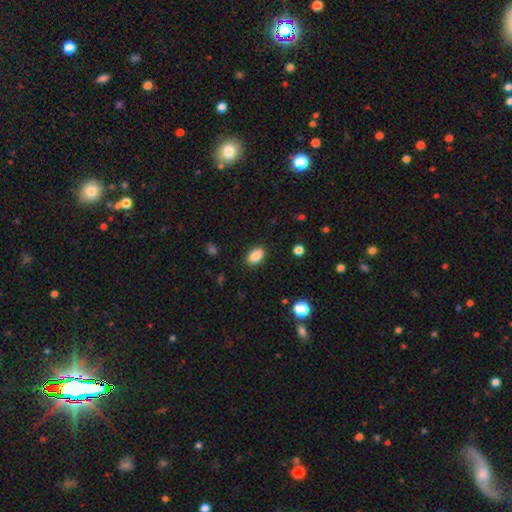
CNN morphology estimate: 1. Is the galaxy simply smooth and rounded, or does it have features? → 87% smooth, 8% star or artifact, 5% featured or disk.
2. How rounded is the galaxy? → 91% in between, 6% round, 3% cigar-shaped.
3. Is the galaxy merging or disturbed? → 88% none, 8% minor disturbance, 2% major disturbance, 1% merger.